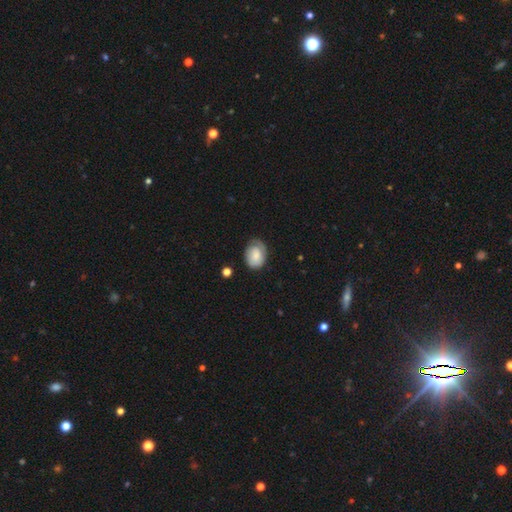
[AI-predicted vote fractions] Overall: smooth (65%; featured or disk 28%). How rounded: in between (70%). Merging: none (62%; minor disturbance 27%).